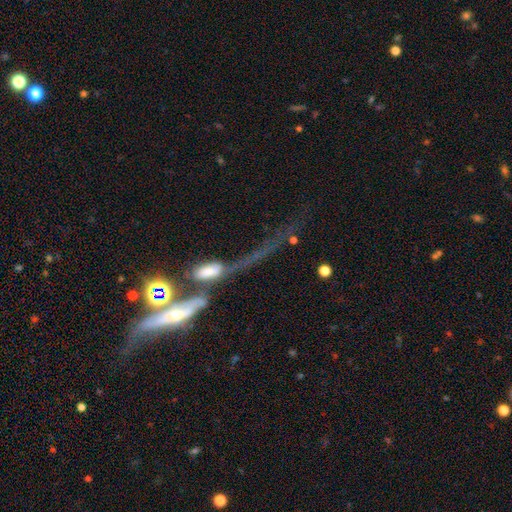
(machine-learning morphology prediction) A featured or disk galaxy (64%) viewed edge-on (51%). Merging: merger (51%).